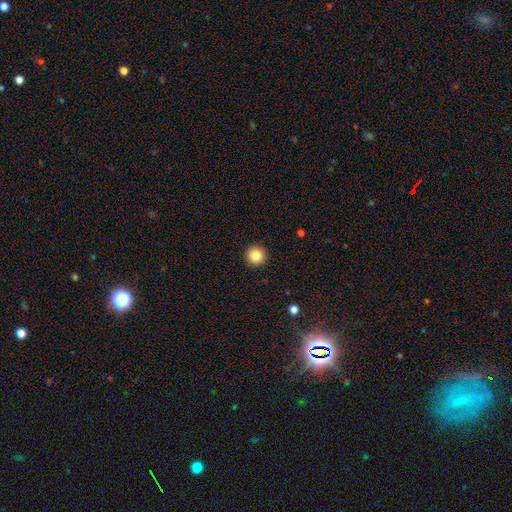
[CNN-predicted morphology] type=smooth (84%); roundness=round (96%); merging=none (93%).